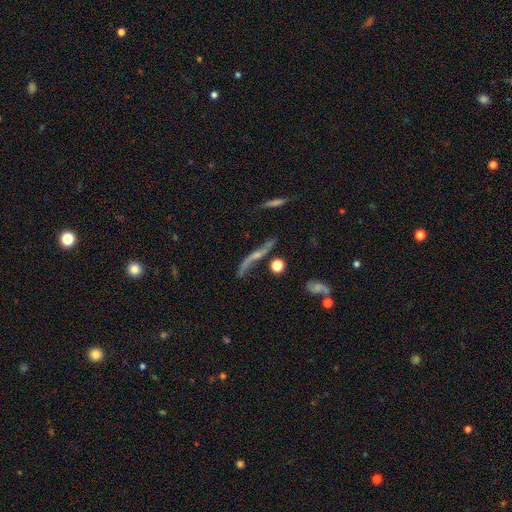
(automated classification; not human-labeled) A featured or disk galaxy (71%).

Vote fractions:
- Smooth or featured? featured or disk: 71% / smooth: 17% / star or artifact: 12%
- Edge-on disk? no: 54% / yes: 46%
- Merging? none: 52% / minor disturbance: 21% / major disturbance: 19% / merger: 9%